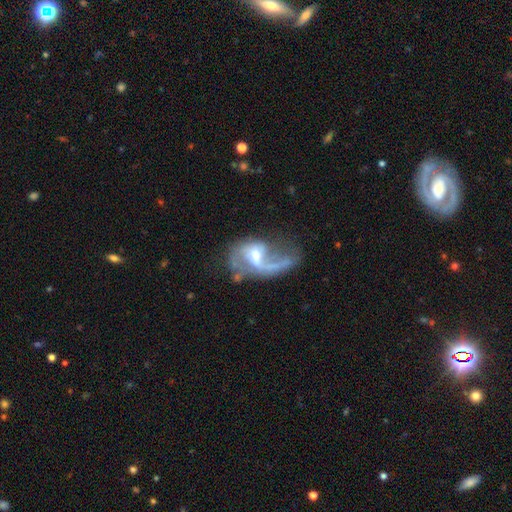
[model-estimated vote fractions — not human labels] featured or disk 78%, smooth 14%, star or artifact 8%. Down the decision tree: edge-on disk — no (97%); bar — weak (51%); spiral arms — yes (83%); spiral arm count — 1 (47%); spiral winding — loose (70%); bulge size — moderate (51%); merging — major disturbance (47%).